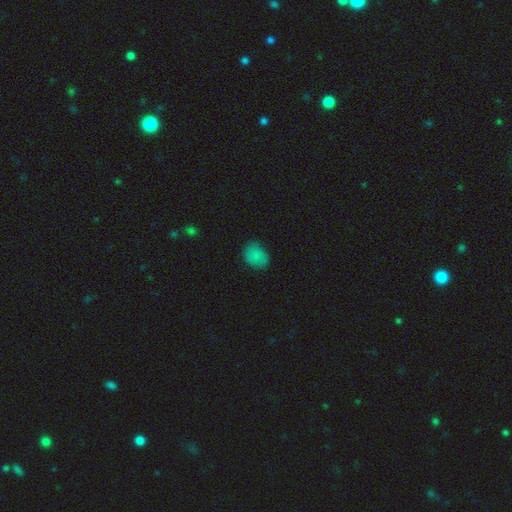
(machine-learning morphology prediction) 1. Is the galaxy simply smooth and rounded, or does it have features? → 81% smooth, 12% star or artifact, 7% featured or disk.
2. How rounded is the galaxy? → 62% in between, 37% round, 1% cigar-shaped.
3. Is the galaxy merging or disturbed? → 71% none, 23% minor disturbance, 5% major disturbance, 1% merger.